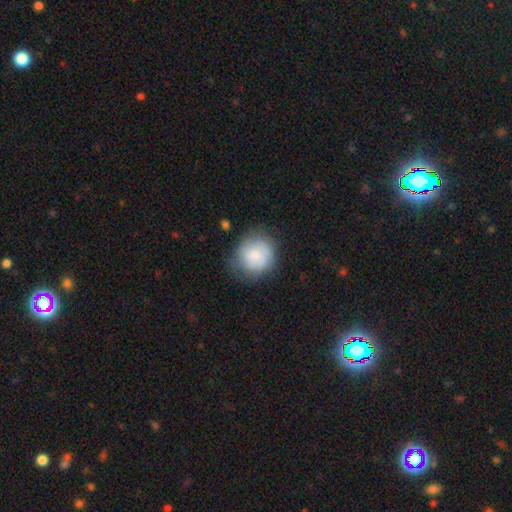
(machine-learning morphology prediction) smooth-or-featured: smooth: 73% | featured or disk: 19% | star or artifact: 7%
  how-rounded: round: 86% | in between: 14% | cigar-shaped: 1%
  merging: none: 67% | minor disturbance: 23% | major disturbance: 8% | merger: 2%